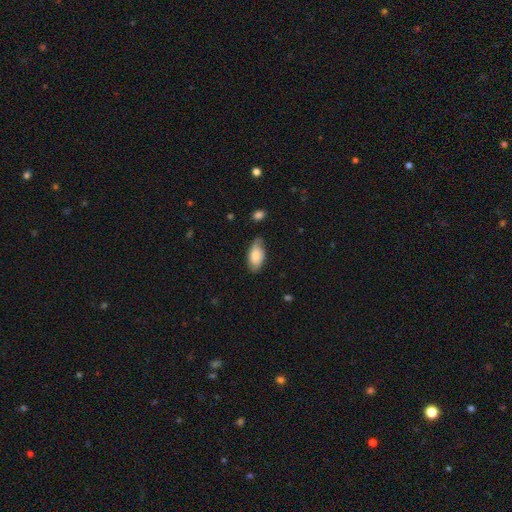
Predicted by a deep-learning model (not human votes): Morphology: type=smooth (73%); roundness=in between (93%); merging=none (68%).